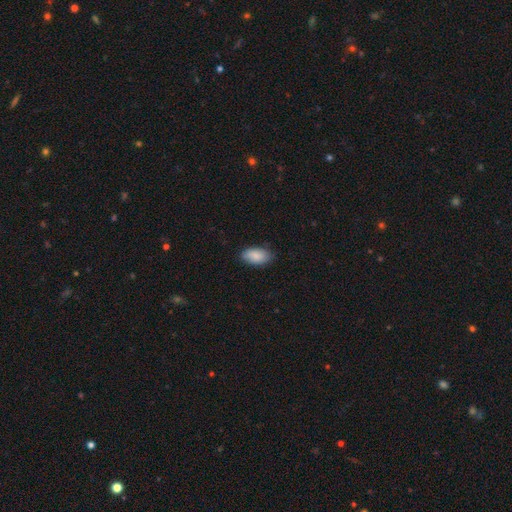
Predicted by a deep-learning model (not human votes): Smooth or featured: smooth — 86% (featured or disk — 7%)
How rounded: in between — 94% (round — 3%)
Merging: none — 80% (minor disturbance — 16%)